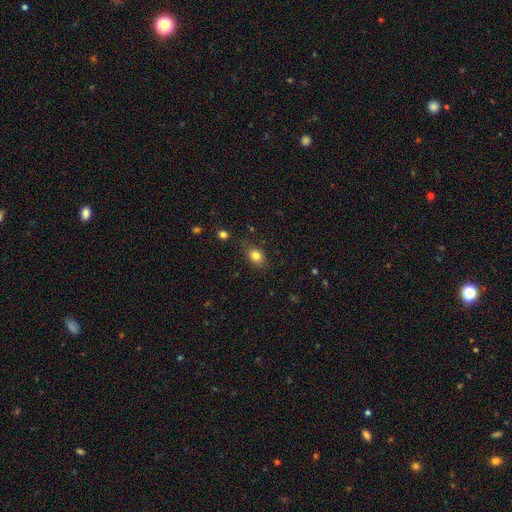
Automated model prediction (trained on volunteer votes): This appears to be a smooth galaxy with no disk features (81%) that is in between round and cigar-shaped (64%). Merging: none (75%).